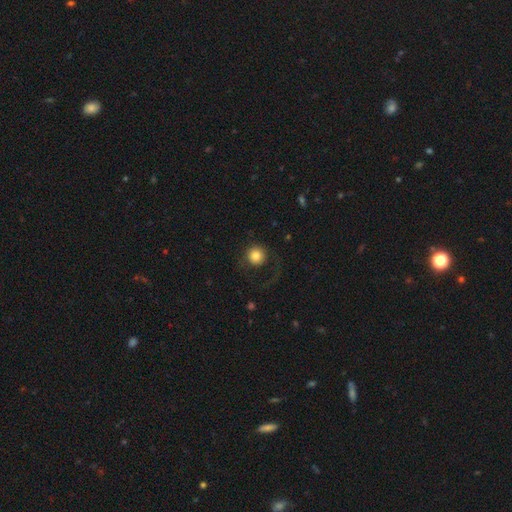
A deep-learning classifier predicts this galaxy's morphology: type=smooth (79%); roundness=round (95%); merging=none (70%).